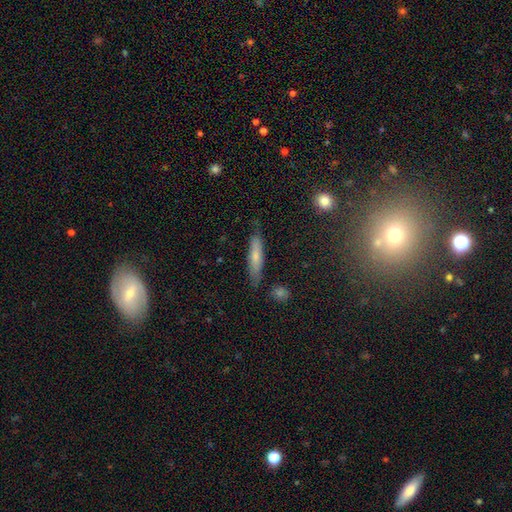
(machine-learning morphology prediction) smooth 63%, featured or disk 29%, star or artifact 7%. Down the decision tree: how rounded — cigar-shaped (82%); merging — none (77%).